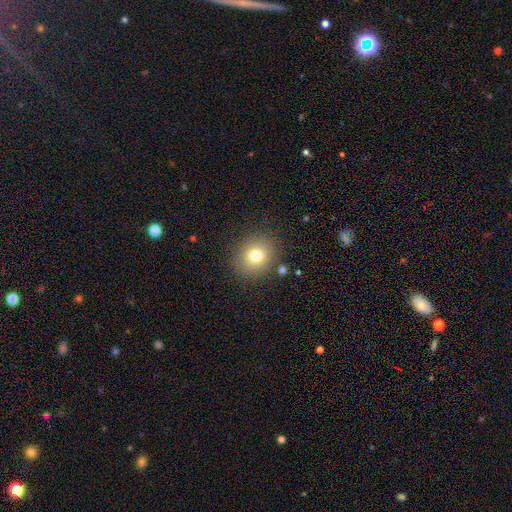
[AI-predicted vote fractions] Smooth or featured? smooth (77%)
How rounded? round (76%)
Merging? none (85%)